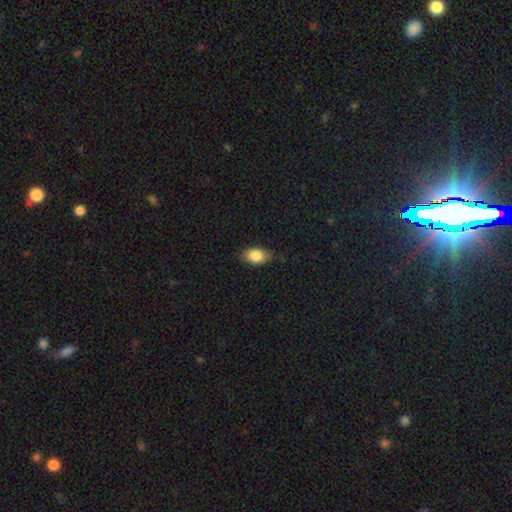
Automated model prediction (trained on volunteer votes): This is clearly a smooth galaxy (84%). How rounded: clearly in between (89%). Merging: likely none (77%).